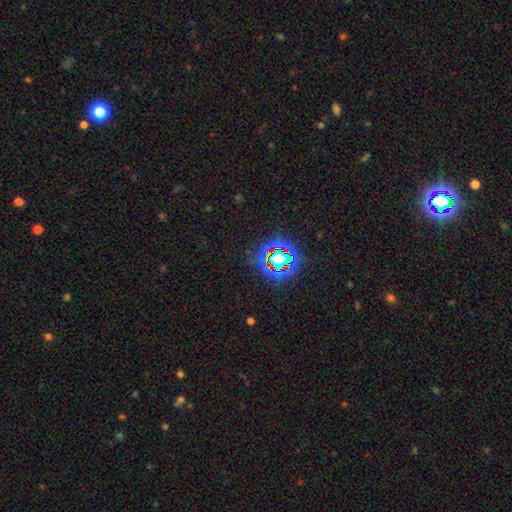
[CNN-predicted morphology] Smooth or featured? star or artifact (80%)